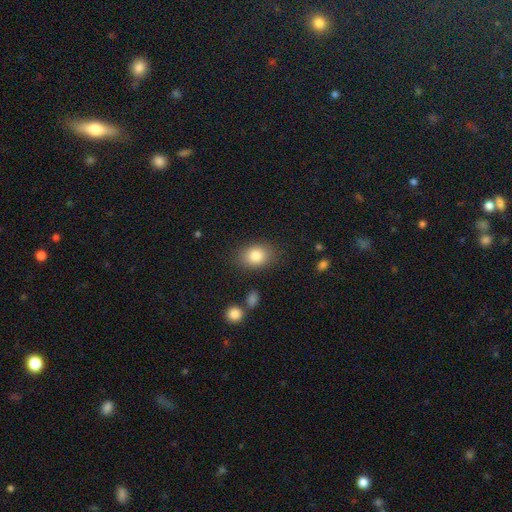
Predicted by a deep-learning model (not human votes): A smooth galaxy with no disk features (83%) that is in between round and cigar-shaped (65%). Merging: none (82%).